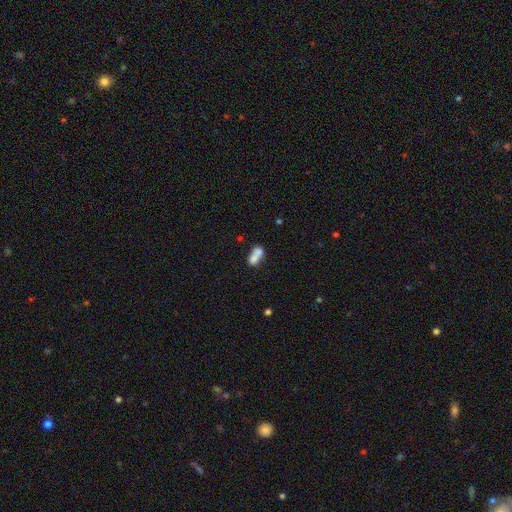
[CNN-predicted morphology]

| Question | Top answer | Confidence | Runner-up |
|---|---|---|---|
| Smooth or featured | smooth | 70% | featured or disk (20%) |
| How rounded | in between | 72% | round (17%) |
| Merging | merger | 64% | none (22%) |